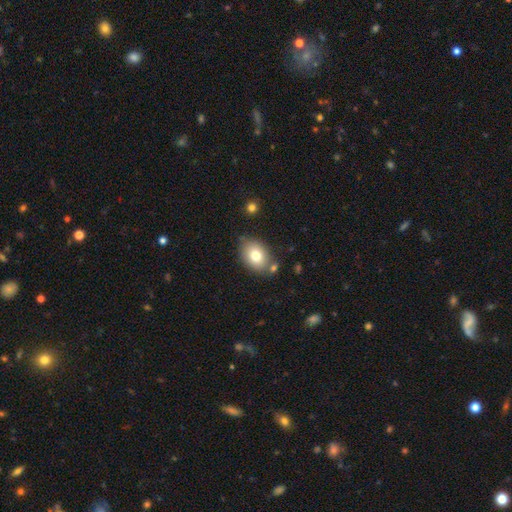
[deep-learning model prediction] Smooth or featured: smooth — 77% (featured or disk — 14%)
How rounded: in between — 75% (round — 24%)
Merging: none — 73% (minor disturbance — 15%)